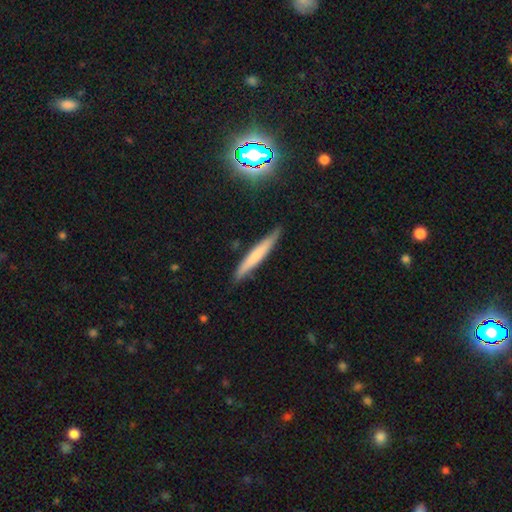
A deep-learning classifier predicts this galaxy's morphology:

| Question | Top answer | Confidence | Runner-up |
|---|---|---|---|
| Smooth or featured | smooth | 61% | featured or disk (31%) |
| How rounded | cigar-shaped | 95% | in between (4%) |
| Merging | none | 85% | minor disturbance (11%) |